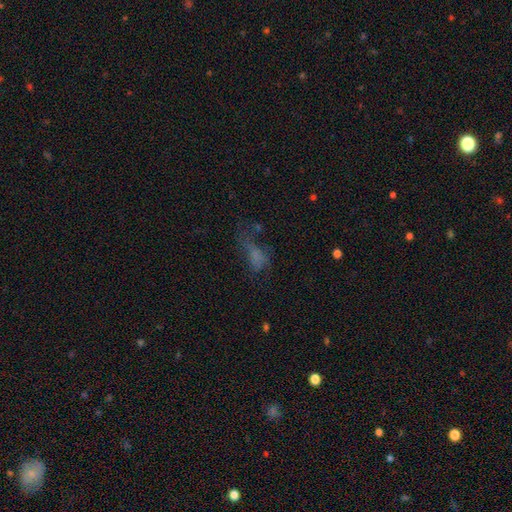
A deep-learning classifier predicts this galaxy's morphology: A smooth galaxy with no disk features (51%) that is in between round and cigar-shaped (74%).

Vote fractions:
- Smooth or featured? smooth: 51% / featured or disk: 25% / star or artifact: 24%
- How rounded? in between: 74% / cigar-shaped: 15% / round: 11%
- Merging? major disturbance: 44% / none: 30% / minor disturbance: 20% / merger: 6%